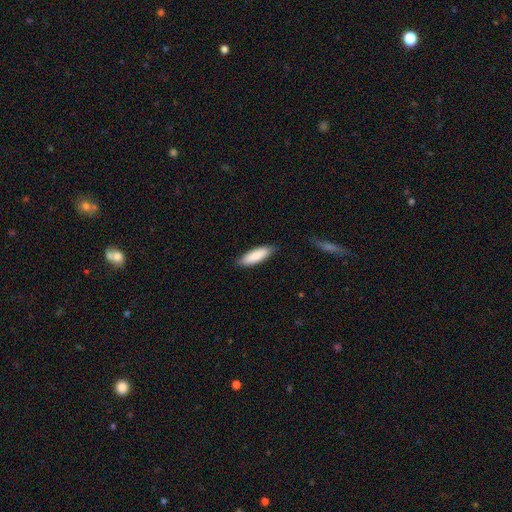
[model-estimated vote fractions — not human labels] The model was most divided on "how rounded": in between: 54%, cigar-shaped: 44%, round: 1%. More confident: smooth or featured — smooth (88%); merging — none (86%).